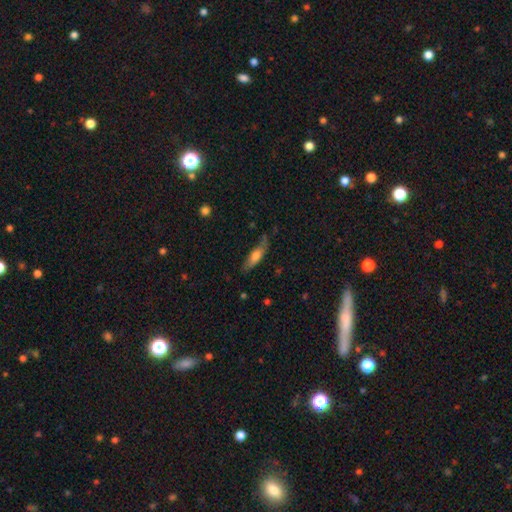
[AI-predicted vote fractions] A smooth galaxy with no disk features (64%) that is cigar-shaped (50%).

Vote fractions:
- Smooth or featured? smooth: 64% / featured or disk: 30% / star or artifact: 7%
- How rounded? cigar-shaped: 50% / in between: 48% / round: 2%
- Merging? none: 59% / minor disturbance: 28% / major disturbance: 10% / merger: 3%